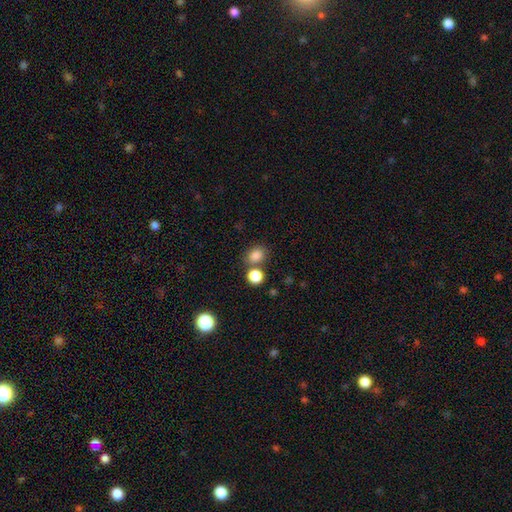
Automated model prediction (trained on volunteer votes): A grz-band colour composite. It shows a smooth galaxy with no disk features (83%) that is round (53%). Merging: none (64%).